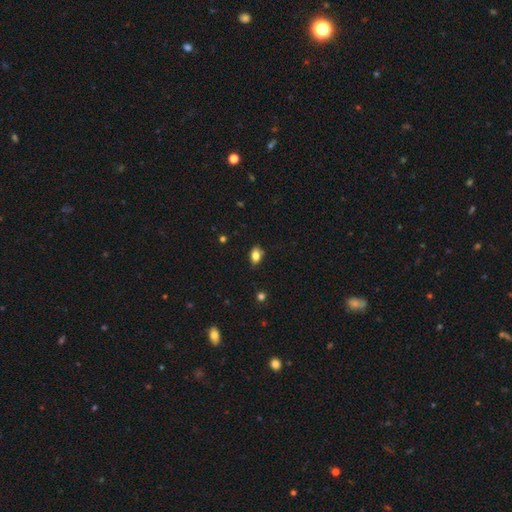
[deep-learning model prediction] Smooth or featured? smooth (81%)
How rounded? in between (80%)
Merging? none (72%)